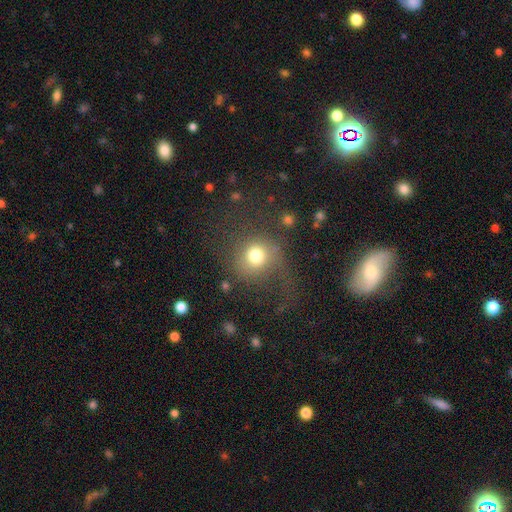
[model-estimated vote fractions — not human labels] Q: Smooth or featured?
A: smooth (71%); runner-up: featured or disk (16%)
Q: How rounded?
A: round (84%); runner-up: in between (14%)
Q: Merging?
A: none (50%); runner-up: major disturbance (29%)